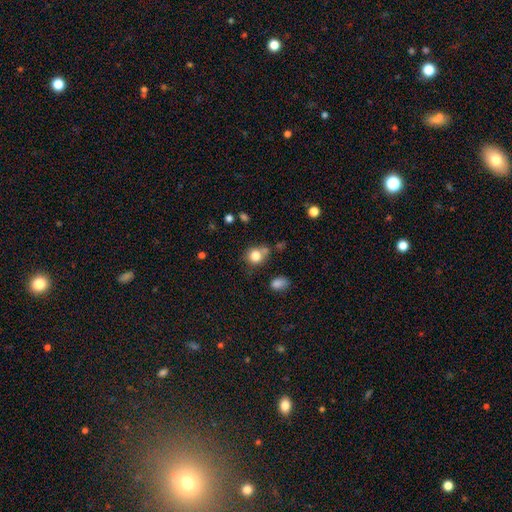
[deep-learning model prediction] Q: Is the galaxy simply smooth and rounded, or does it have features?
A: smooth — 81%.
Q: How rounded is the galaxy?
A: round — 81%.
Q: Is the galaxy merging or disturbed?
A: none — 62%.